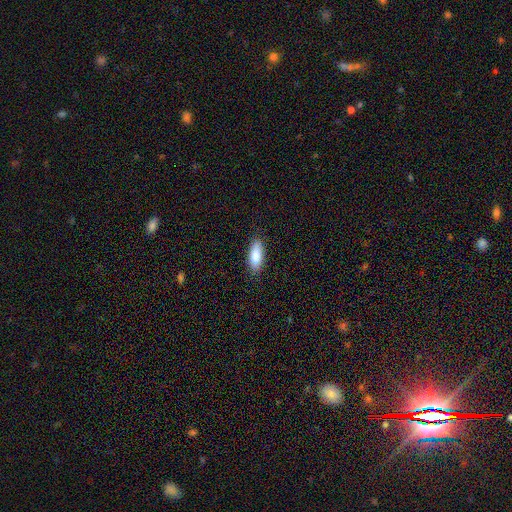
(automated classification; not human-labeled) Morphology: type=smooth (87%); roundness=in between (73%); merging=none (86%).